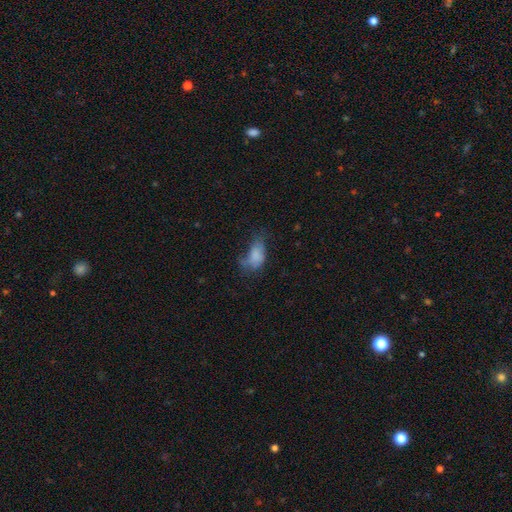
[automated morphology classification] This appears to be a smooth galaxy with no disk features (68%) that is in between round and cigar-shaped (90%). Merging: major disturbance (42%).